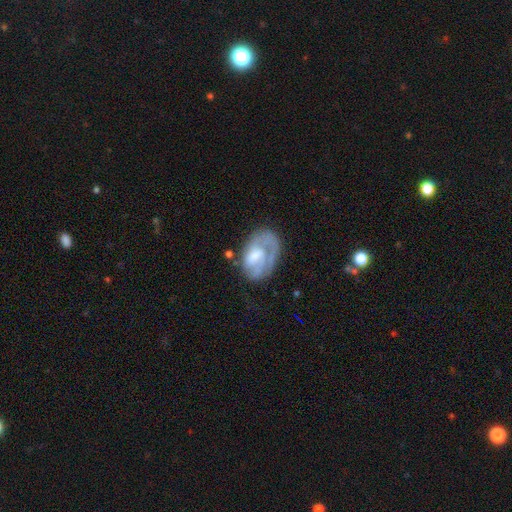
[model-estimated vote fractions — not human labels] This appears to be a featured or disk galaxy (61%) with no bar (49%), spiral arms (69%) and a moderate central bulge (42%). Merging: none (47%).